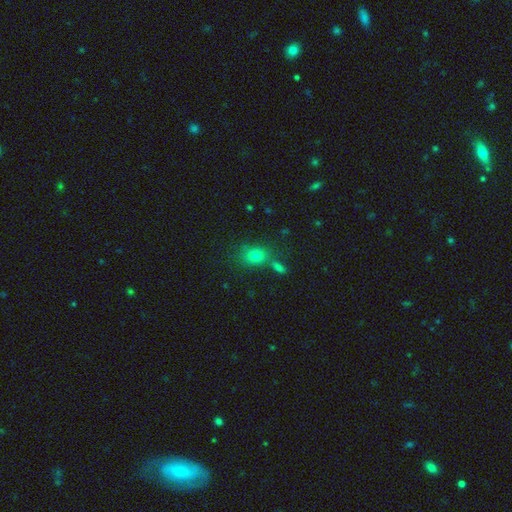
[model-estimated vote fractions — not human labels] Smooth or featured: smooth — 74% (star or artifact — 16%)
How rounded: round — 54% (in between — 44%)
Merging: none — 64% (merger — 17%)